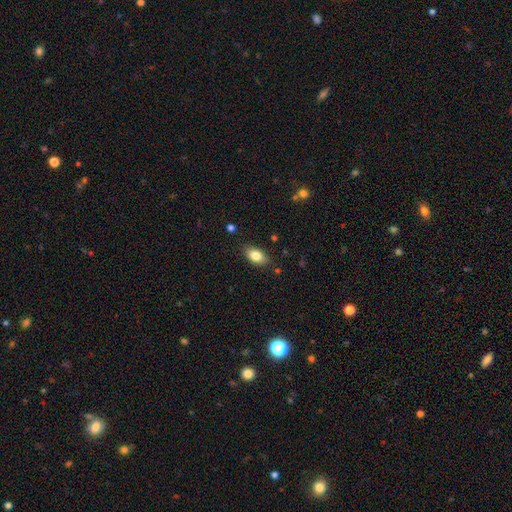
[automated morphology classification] type=smooth (83%); roundness=in between (90%); merging=none (84%).